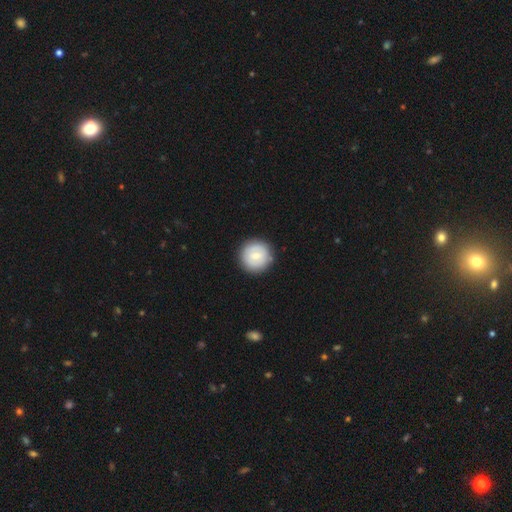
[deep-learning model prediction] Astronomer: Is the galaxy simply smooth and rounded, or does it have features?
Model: smooth — 72%.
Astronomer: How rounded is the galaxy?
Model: round — 95%.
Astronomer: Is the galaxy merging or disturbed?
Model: none — 89%.